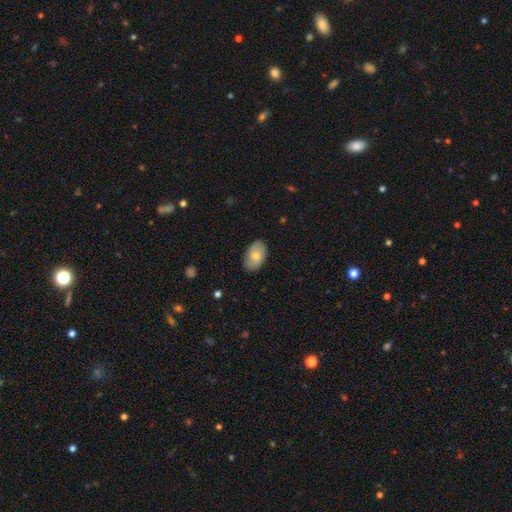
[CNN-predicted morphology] Smooth or featured: smooth — 72% (featured or disk — 21%)
How rounded: in between — 92% (round — 7%)
Merging: none — 83% (minor disturbance — 13%)